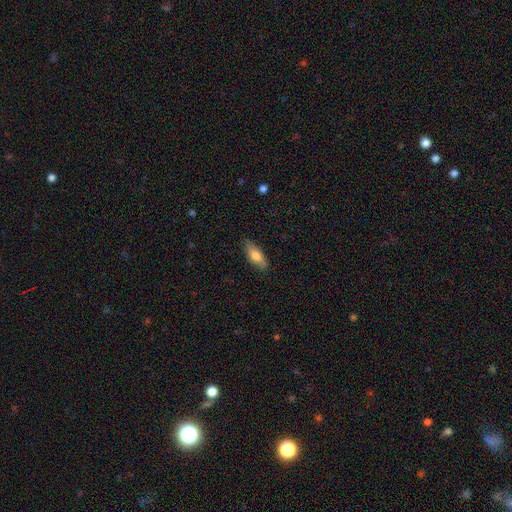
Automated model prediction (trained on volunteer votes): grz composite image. It shows a smooth galaxy with no disk features (76%) that is in between round and cigar-shaped (69%). Merging: none (82%).